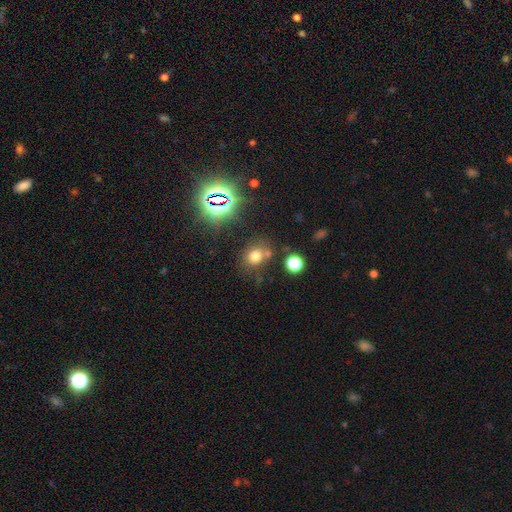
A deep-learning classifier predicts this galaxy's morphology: Smooth or featured? Predicted: smooth (p=0.69). How rounded? Predicted: round (p=0.63). Merging? Predicted: none (p=0.64).